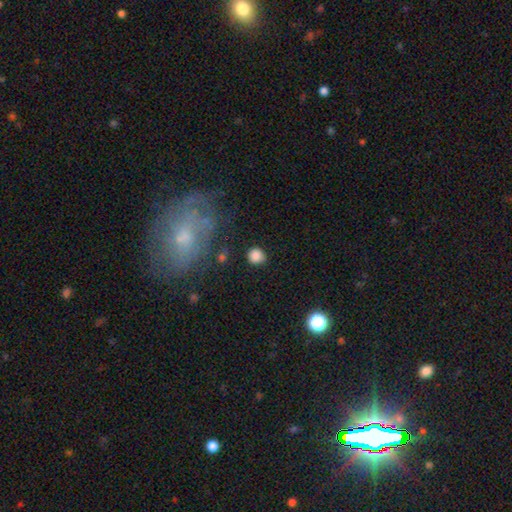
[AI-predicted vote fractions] Smooth or featured? Predicted: smooth (p=0.84). How rounded? Predicted: round (p=0.88). Merging? Predicted: none (p=0.82).